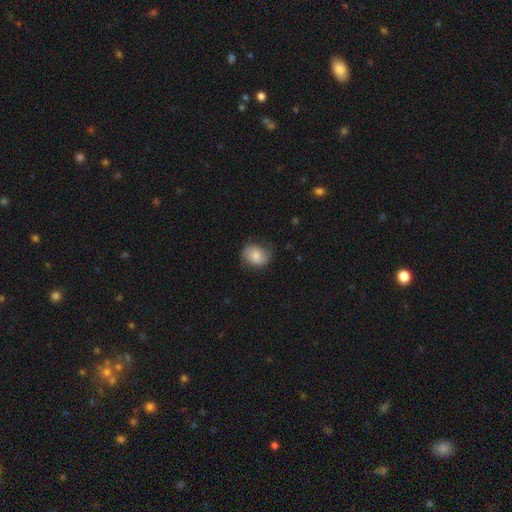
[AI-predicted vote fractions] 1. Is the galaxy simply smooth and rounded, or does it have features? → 71% smooth, 21% featured or disk, 8% star or artifact.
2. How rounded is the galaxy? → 50% in between, 49% round, 1% cigar-shaped.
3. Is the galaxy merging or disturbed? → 68% none, 24% minor disturbance, 7% major disturbance, 1% merger.